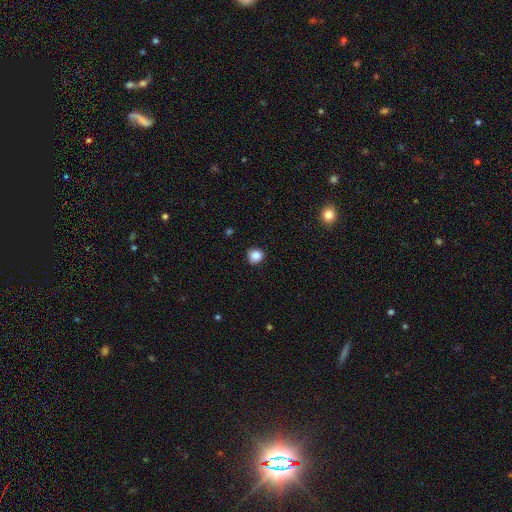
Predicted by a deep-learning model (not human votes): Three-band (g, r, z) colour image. It shows a smooth galaxy with no disk features (86%) that is round (86%). Merging: none (87%).